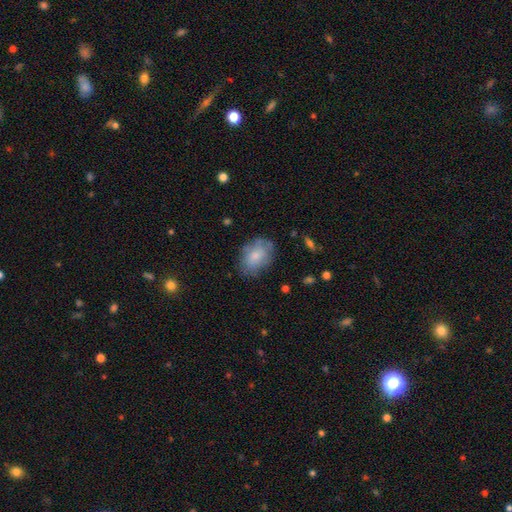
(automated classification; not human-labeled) Smooth or featured? Predicted: smooth (p=0.75). How rounded? Predicted: in between (p=0.81). Merging? Predicted: none (p=0.69).